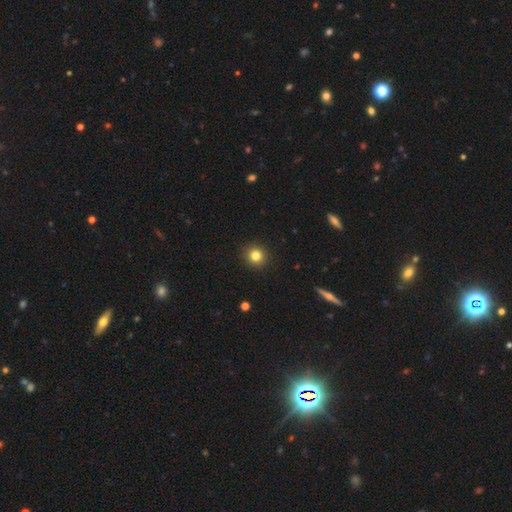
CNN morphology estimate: Smooth or featured? Predicted: smooth (p=0.82). How rounded? Predicted: round (p=0.93). Merging? Predicted: none (p=0.92).